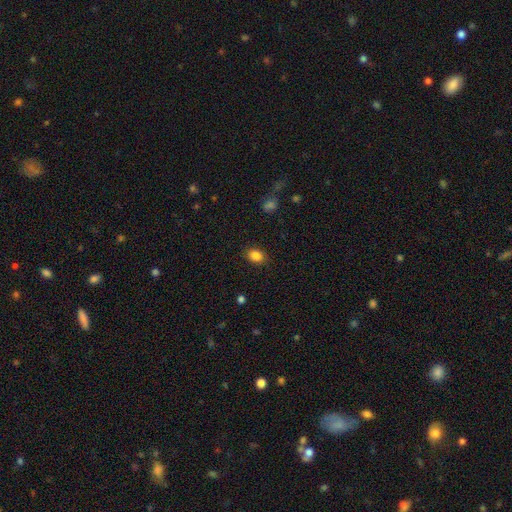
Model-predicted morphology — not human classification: Smooth or featured? Predicted: smooth (p=0.86). How rounded? Predicted: in between (p=0.66). Merging? Predicted: none (p=0.87).